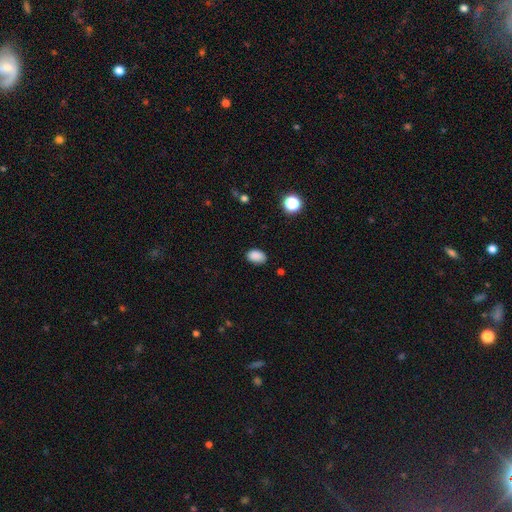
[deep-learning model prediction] A smooth galaxy with no disk features (87%) that is in between round and cigar-shaped (86%).

Vote fractions:
- Smooth or featured? smooth: 87% / star or artifact: 10% / featured or disk: 3%
- How rounded? in between: 86% / round: 13% / cigar-shaped: 1%
- Merging? none: 83% / minor disturbance: 13% / major disturbance: 3% / merger: 1%